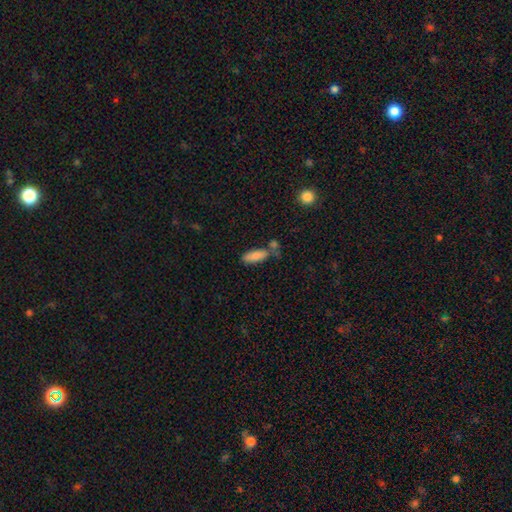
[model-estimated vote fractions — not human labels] A smooth galaxy with no disk features (84%) that is in between round and cigar-shaped (72%). Merging: none (54%).